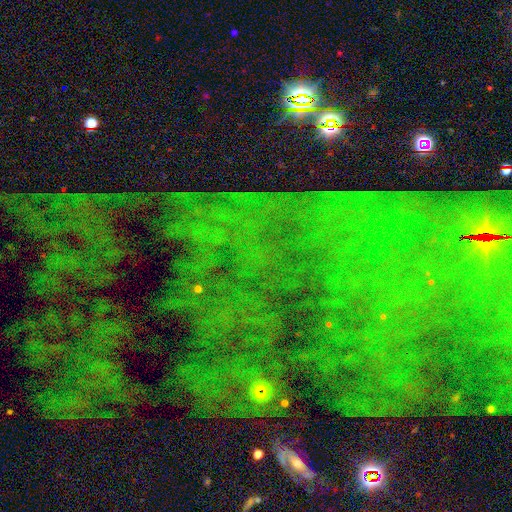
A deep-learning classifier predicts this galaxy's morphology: type=star or artifact (79%).